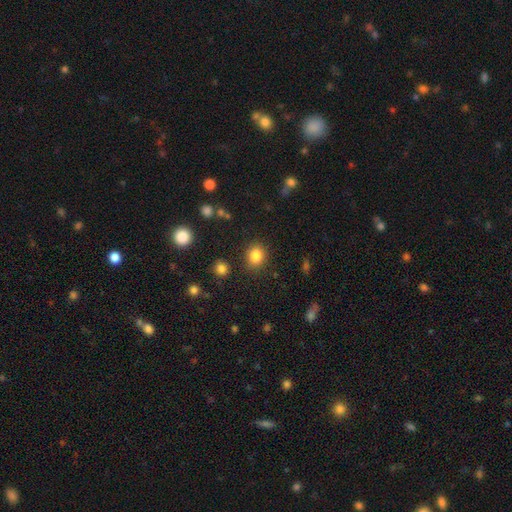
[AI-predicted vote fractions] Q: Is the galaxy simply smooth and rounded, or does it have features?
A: smooth — 84%.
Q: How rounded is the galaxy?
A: round — 63%.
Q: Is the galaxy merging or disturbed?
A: none — 86%.